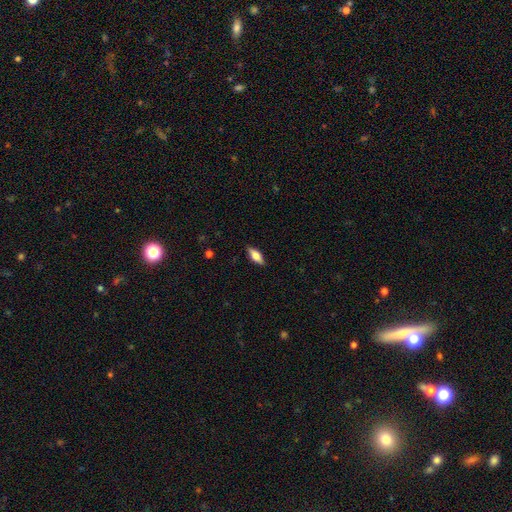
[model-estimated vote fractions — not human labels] smooth_or_featured: smooth (p=0.63) [alt: featured or disk p=0.30]
how_rounded: in between (p=0.70) [alt: cigar-shaped p=0.27]
merging: none (p=0.87) [alt: minor disturbance p=0.10]